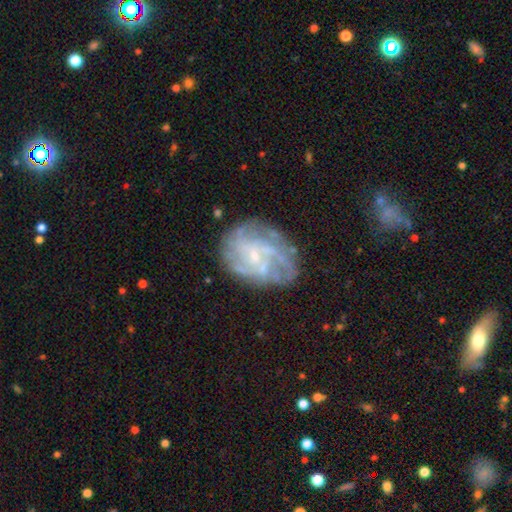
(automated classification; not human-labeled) Smooth or featured?
  - featured or disk: 77% *
  - smooth: 14%
  - star or artifact: 9%
Edge-on disk?
  - no: 98% *
  - yes: 2%
Bar?
  - no: 59% *
  - weak: 35%
  - strong: 6%
Spiral arms?
  - yes: 84% *
  - no: 16%
Spiral winding?
  - tight: 45% *
  - medium: 37%
  - loose: 18%
Spiral arm count?
  - can't tell: 41% *
  - 4: 20%
  - 3: 14%
  - 2: 10%
  - more than 4: 9%
  - 1: 6%
Bulge size?
  - small: 71% *
  - moderate: 16%
  - none: 11%
  - large: 1%
  - dominant: 1%
Merging?
  - none: 67% *
  - minor disturbance: 19%
  - major disturbance: 11%
  - merger: 3%